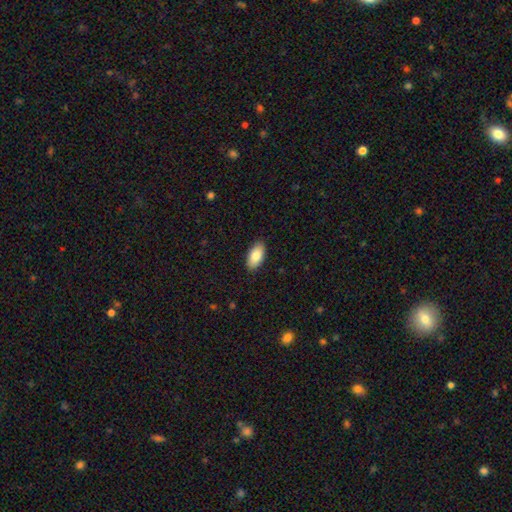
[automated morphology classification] smooth-or-featured: smooth: 85% | featured or disk: 9% | star or artifact: 6%
  how-rounded: in between: 93% | cigar-shaped: 4% | round: 2%
  merging: none: 89% | minor disturbance: 8% | major disturbance: 2% | merger: 1%